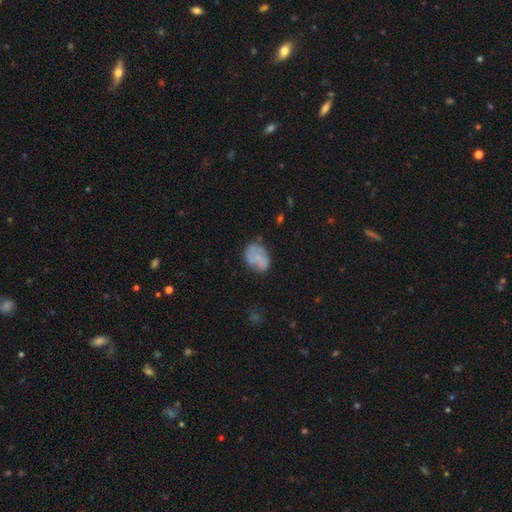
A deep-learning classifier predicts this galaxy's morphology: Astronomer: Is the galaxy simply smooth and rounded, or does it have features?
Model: smooth — 62%.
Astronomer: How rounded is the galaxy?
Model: in between — 68%.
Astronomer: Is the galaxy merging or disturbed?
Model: none — 58%.